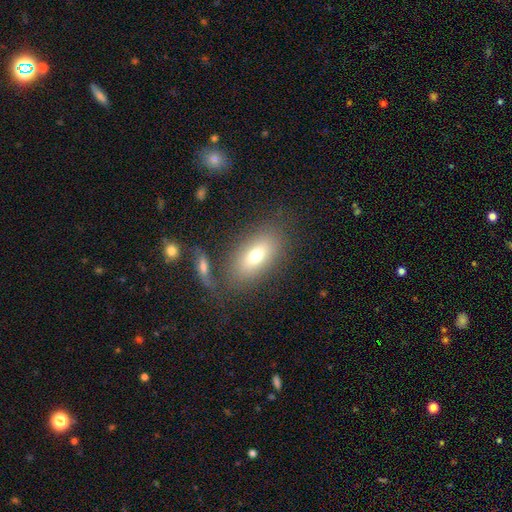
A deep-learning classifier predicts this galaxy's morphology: Overall: smooth (70%). How rounded: in between (86%). Merging: none (72%).